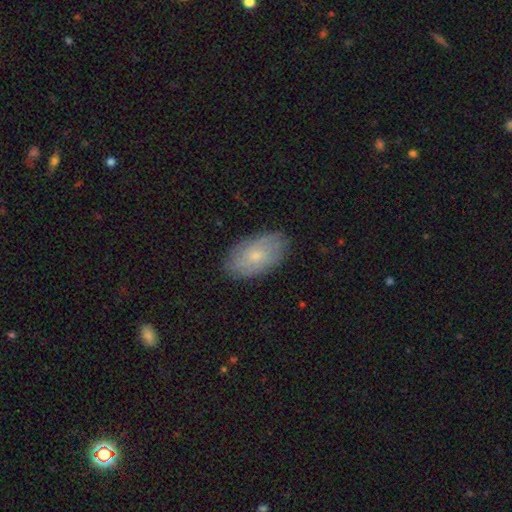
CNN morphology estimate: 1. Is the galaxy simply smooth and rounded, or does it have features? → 59% smooth, 34% featured or disk, 7% star or artifact.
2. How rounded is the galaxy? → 93% in between, 5% round, 2% cigar-shaped.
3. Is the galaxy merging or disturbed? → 83% none, 13% minor disturbance, 3% major disturbance, 1% merger.